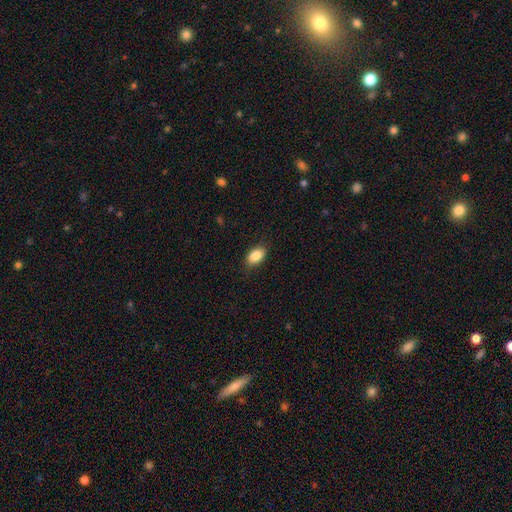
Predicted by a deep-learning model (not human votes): Q: Smooth or featured?
A: smooth (86%); runner-up: star or artifact (7%)
Q: How rounded?
A: in between (90%); runner-up: round (8%)
Q: Merging?
A: none (85%); runner-up: minor disturbance (11%)